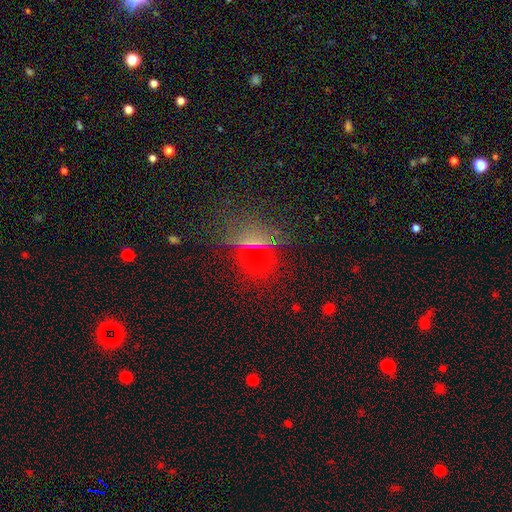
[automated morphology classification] Smooth or featured? smooth (55%)
How rounded? round (69%)
Merging? none (79%)